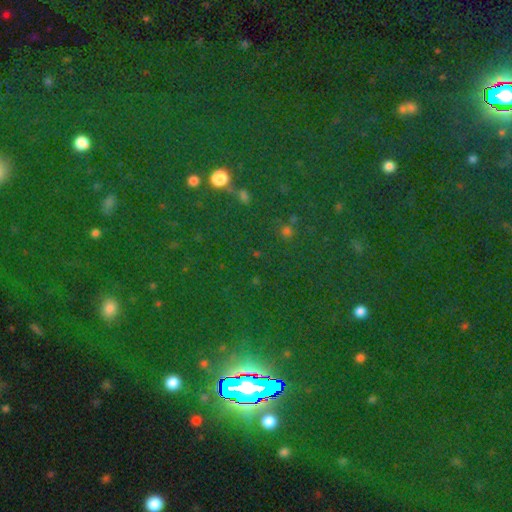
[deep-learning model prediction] Smooth or featured? star or artifact (79%)